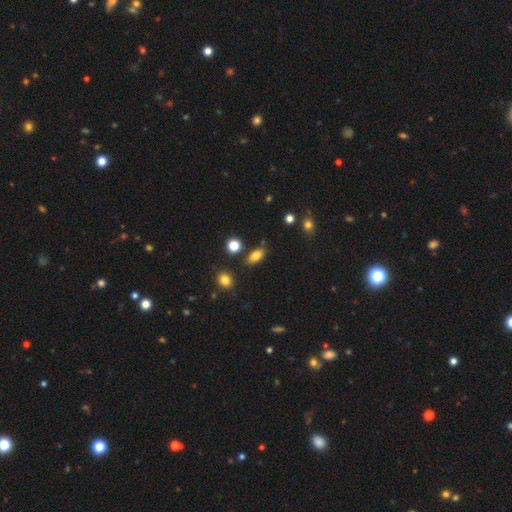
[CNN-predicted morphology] This is clearly a smooth galaxy (82%). How rounded: clearly in between (85%). Merging: likely none (78%).